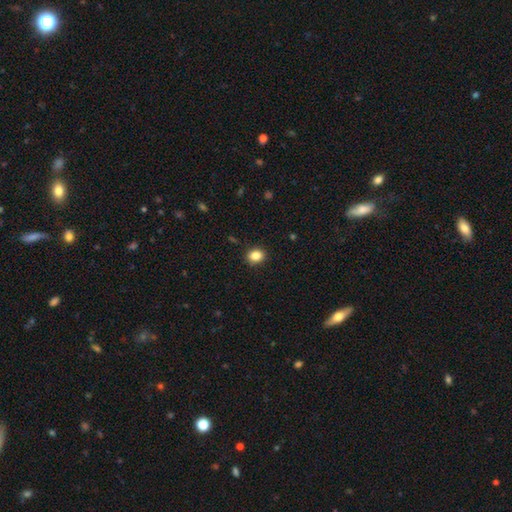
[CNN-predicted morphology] A smooth galaxy with no disk features (85%) that is round (58%).

Vote fractions:
- Smooth or featured? smooth: 85% / star or artifact: 10% / featured or disk: 4%
- How rounded? round: 58% / in between: 41% / cigar-shaped: 1%
- Merging? none: 89% / minor disturbance: 8% / major disturbance: 2% / merger: 1%